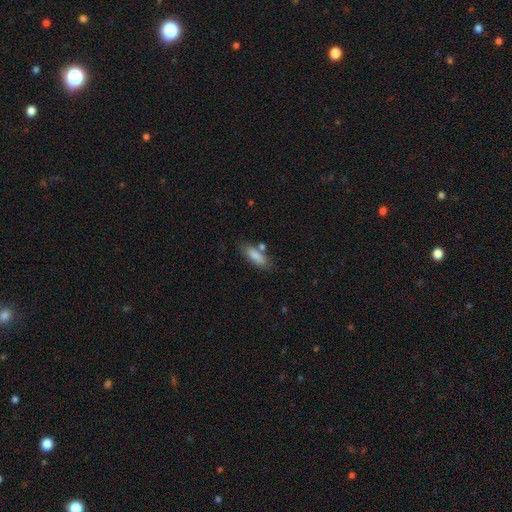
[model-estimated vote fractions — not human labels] Smooth or featured? Predicted: smooth (p=0.83). How rounded? Predicted: in between (p=0.55). Merging? Predicted: none (p=0.71).